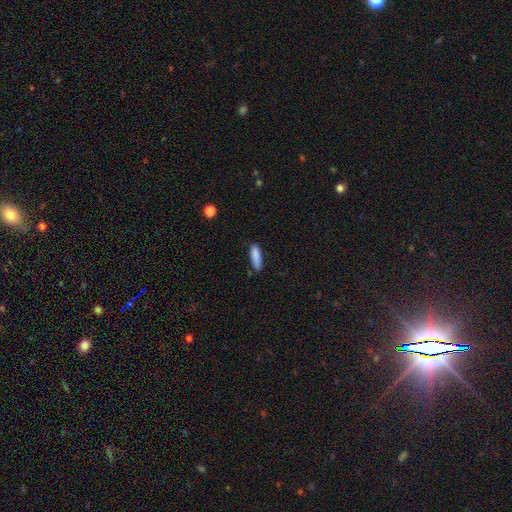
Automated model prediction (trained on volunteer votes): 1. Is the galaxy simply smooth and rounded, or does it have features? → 87% smooth, 7% star or artifact, 6% featured or disk.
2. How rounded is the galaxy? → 65% cigar-shaped, 34% in between, 2% round.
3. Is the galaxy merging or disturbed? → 75% none, 19% minor disturbance, 3% major disturbance, 3% merger.